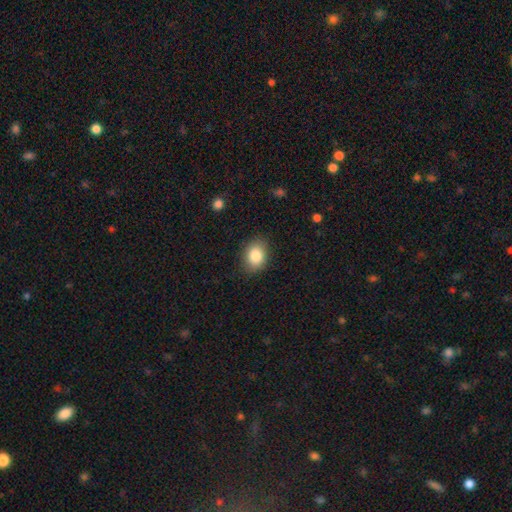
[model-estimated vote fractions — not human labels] smooth 85%, star or artifact 8%, featured or disk 7%. Down the decision tree: how rounded — in between (68%); merging — none (85%).